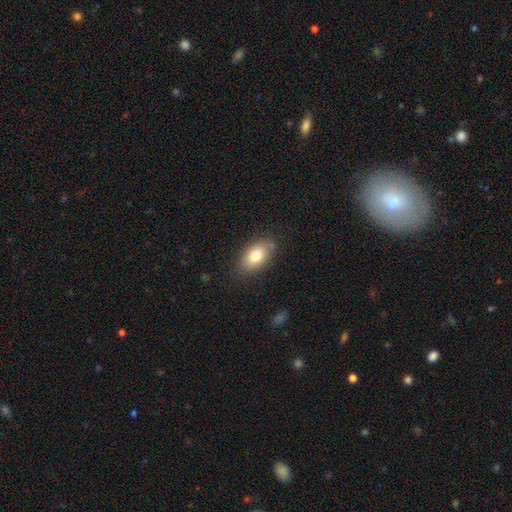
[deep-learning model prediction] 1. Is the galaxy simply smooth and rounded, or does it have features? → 79% smooth, 13% featured or disk, 8% star or artifact.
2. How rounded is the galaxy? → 90% in between, 7% round, 3% cigar-shaped.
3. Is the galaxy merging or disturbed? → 79% none, 15% minor disturbance, 4% major disturbance, 3% merger.